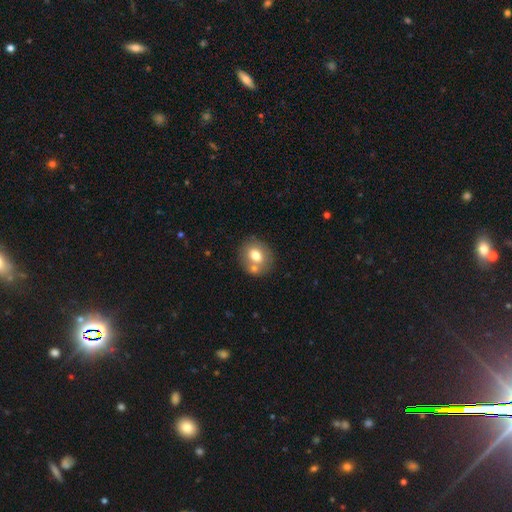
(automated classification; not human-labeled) Overall: smooth (73%). How rounded: round (58%; in between 41%). Merging: none (61%; merger 24%).